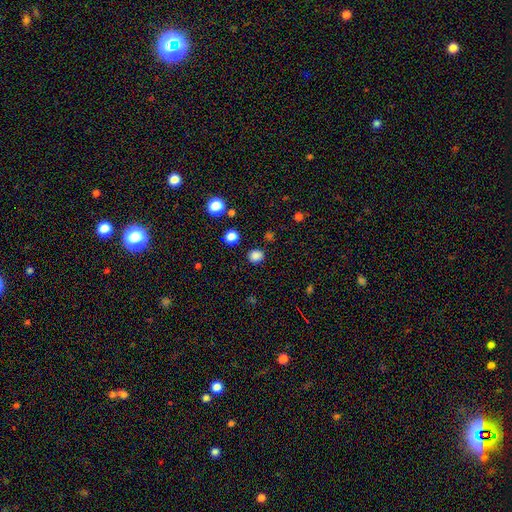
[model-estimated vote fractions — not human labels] smooth_or_featured: smooth (p=0.83) [alt: star or artifact p=0.14]
how_rounded: round (p=0.78) [alt: in between p=0.21]
merging: none (p=0.88) [alt: minor disturbance p=0.07]